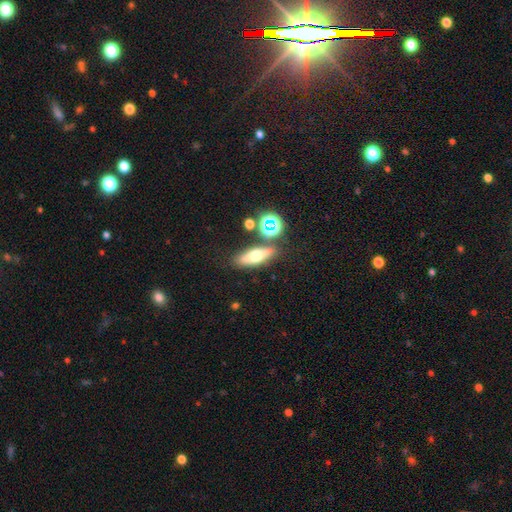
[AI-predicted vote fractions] Smooth or featured: smooth — 51% (featured or disk — 36%)
How rounded: in between — 50% (cigar-shaped — 40%)
Merging: none — 77% (minor disturbance — 11%)